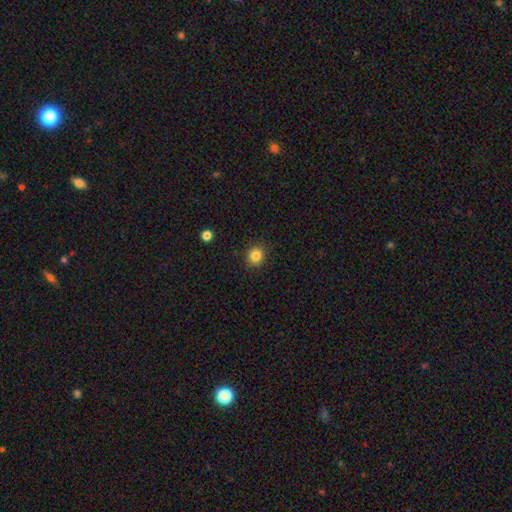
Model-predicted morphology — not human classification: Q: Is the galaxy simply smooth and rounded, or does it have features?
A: smooth — 85%.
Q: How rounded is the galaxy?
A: round — 83%.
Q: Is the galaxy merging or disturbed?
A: none — 90%.